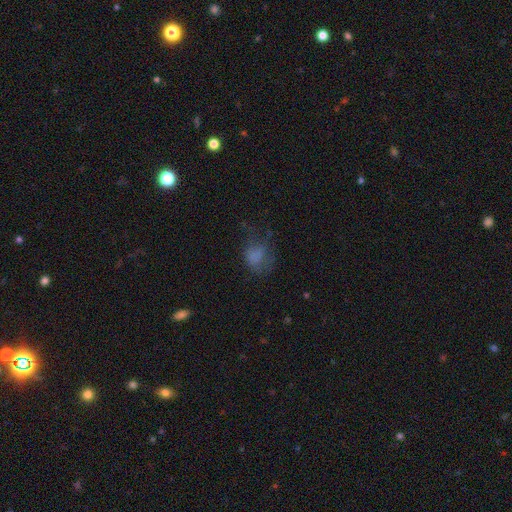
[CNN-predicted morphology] Smooth or featured: smooth — 66% (featured or disk — 18%)
How rounded: in between — 54% (round — 45%)
Merging: none — 43% (major disturbance — 31%)